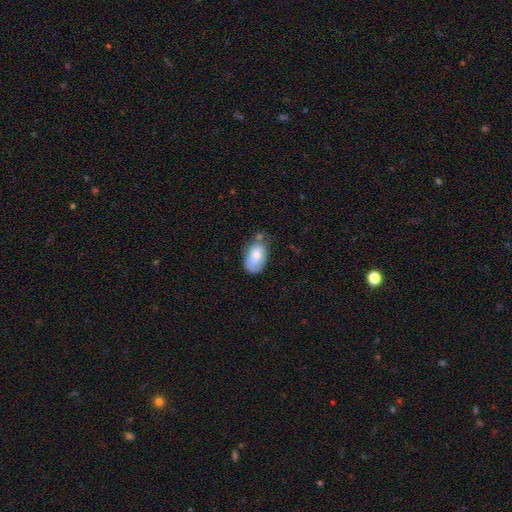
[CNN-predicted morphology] Overall: smooth (72%). How rounded: in between (92%). Merging: none (50%; minor disturbance 32%).